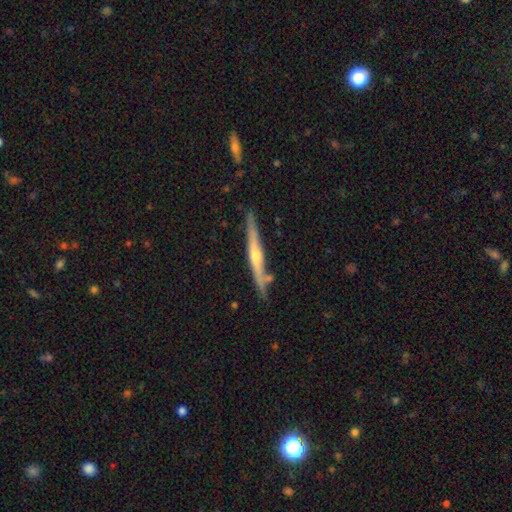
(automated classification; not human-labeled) A featured or disk galaxy (73%) viewed edge-on (96%) with a rounded central bulge (80%).

Vote fractions:
- Smooth or featured? featured or disk: 73% / smooth: 21% / star or artifact: 6%
- Edge-on disk? yes: 96% / no: 4%
- Edge-on bulge? rounded: 80% / none: 16% / boxy: 4%
- Merging? none: 82% / minor disturbance: 13% / merger: 3% / major disturbance: 2%